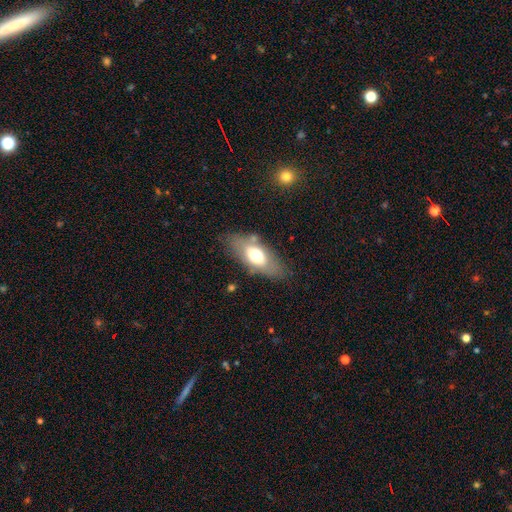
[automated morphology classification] A smooth galaxy with no disk features (63%) that is in between round and cigar-shaped (84%). Merging: none (75%).